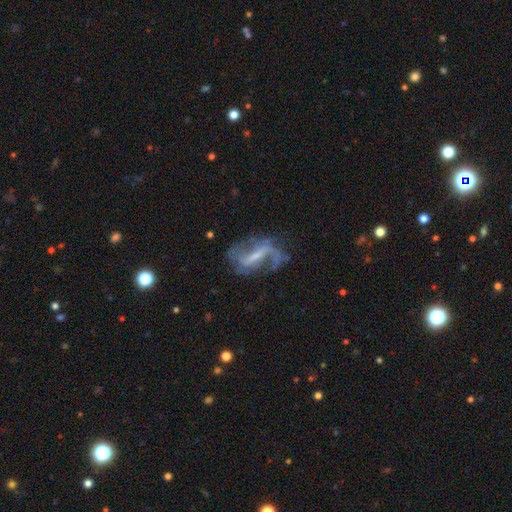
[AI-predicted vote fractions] Smooth or featured? Predicted: featured or disk (p=0.80). Edge-on disk? Predicted: no (p=0.93). Bar? Predicted: strong (p=0.47). Spiral arms? Predicted: yes (p=0.89). Spiral winding? Predicted: loose (p=0.55). Spiral arm count? Predicted: 2 (p=0.71). Bulge size? Predicted: small (p=0.47). Merging? Predicted: none (p=0.55).